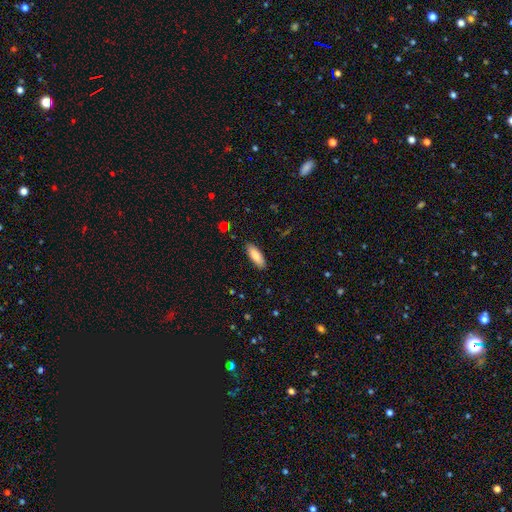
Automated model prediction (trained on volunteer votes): Q: Smooth or featured?
A: smooth (85%); runner-up: featured or disk (9%)
Q: How rounded?
A: in between (64%); runner-up: cigar-shaped (35%)
Q: Merging?
A: none (88%); runner-up: minor disturbance (9%)